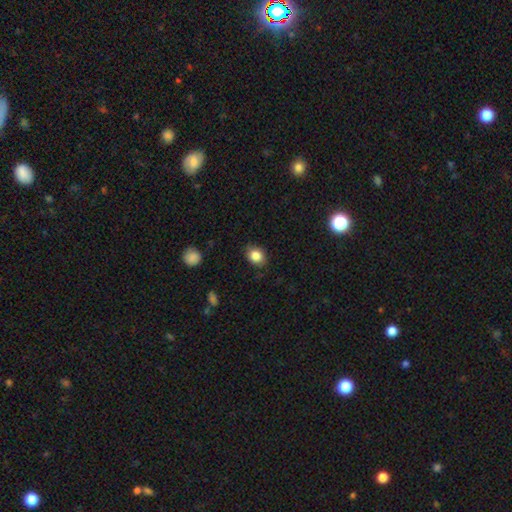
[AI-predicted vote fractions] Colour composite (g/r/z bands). It shows a smooth galaxy with no disk features (85%) that is in between round and cigar-shaped (57%). Merging: none (84%).